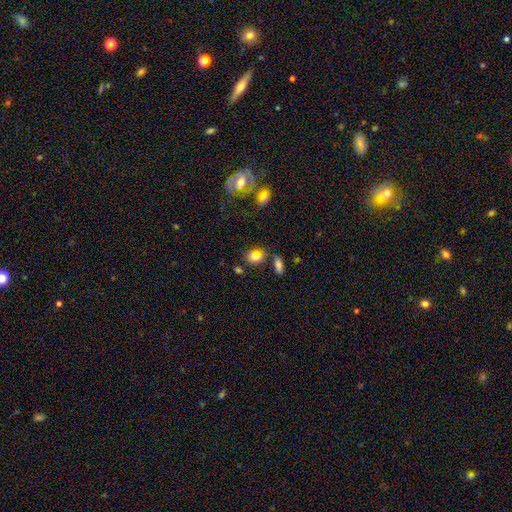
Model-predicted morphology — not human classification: Overall: smooth (76%). How rounded: in between (70%). Merging: none (65%).